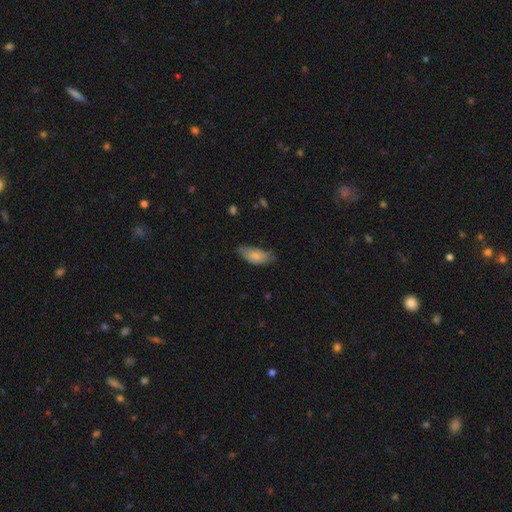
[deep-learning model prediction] Smooth or featured: smooth — 81% (featured or disk — 13%)
How rounded: in between — 87% (cigar-shaped — 11%)
Merging: none — 55% (minor disturbance — 35%)